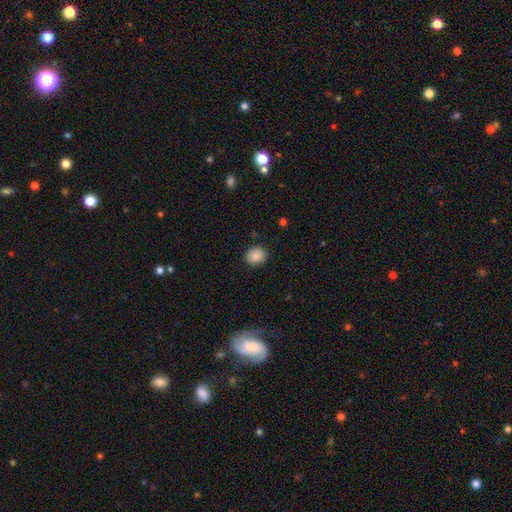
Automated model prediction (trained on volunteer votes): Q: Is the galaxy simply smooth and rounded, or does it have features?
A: smooth — 87%.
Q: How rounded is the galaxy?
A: round — 70%.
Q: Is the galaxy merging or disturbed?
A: none — 86%.